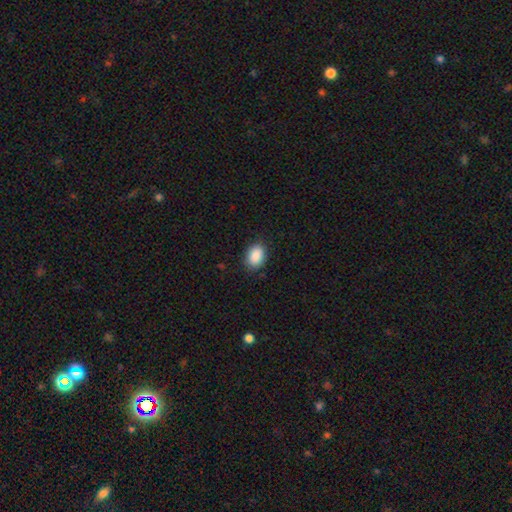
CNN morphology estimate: type=smooth (90%); roundness=in between (81%); merging=none (86%).